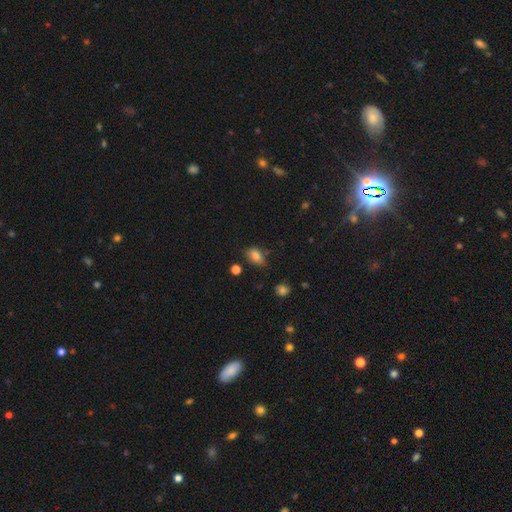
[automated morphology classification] A smooth galaxy with no disk features (81%) that is in between round and cigar-shaped (86%).

Vote fractions:
- Smooth or featured? smooth: 81% / star or artifact: 10% / featured or disk: 9%
- How rounded? in between: 86% / round: 10% / cigar-shaped: 4%
- Merging? none: 66% / minor disturbance: 25% / major disturbance: 6% / merger: 4%